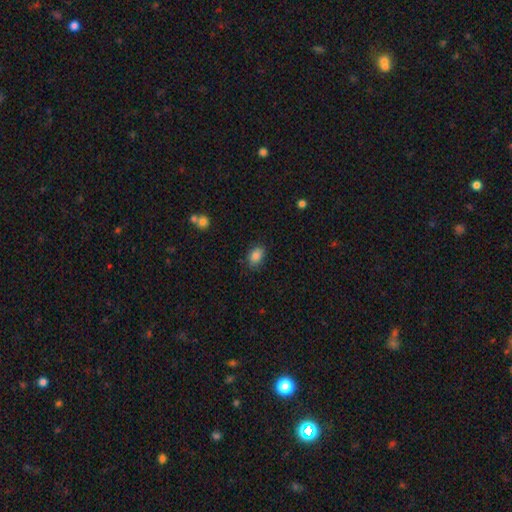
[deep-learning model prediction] Smooth or featured: smooth — 86% (star or artifact — 9%)
How rounded: in between — 82% (round — 16%)
Merging: none — 81% (minor disturbance — 14%)